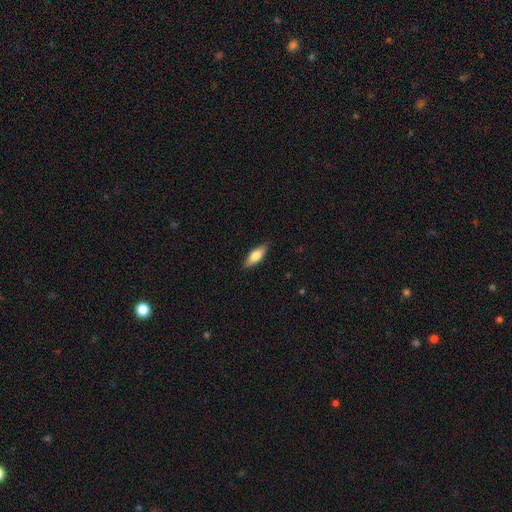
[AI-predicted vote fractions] Smooth or featured?
  - smooth: 71% *
  - featured or disk: 23%
  - star or artifact: 6%
How rounded?
  - in between: 66% *
  - cigar-shaped: 32%
  - round: 2%
Merging?
  - none: 87% *
  - minor disturbance: 10%
  - major disturbance: 2%
  - merger: 1%